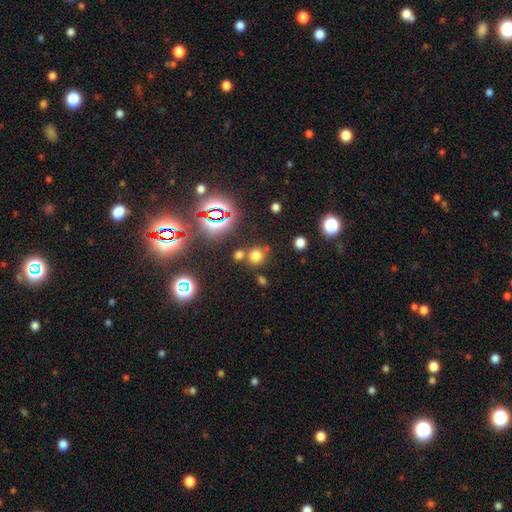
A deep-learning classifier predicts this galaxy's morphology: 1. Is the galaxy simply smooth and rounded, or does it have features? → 66% smooth, 27% star or artifact, 7% featured or disk.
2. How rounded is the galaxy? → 81% round, 18% in between, 1% cigar-shaped.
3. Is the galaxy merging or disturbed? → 69% none, 17% merger, 9% minor disturbance, 4% major disturbance.